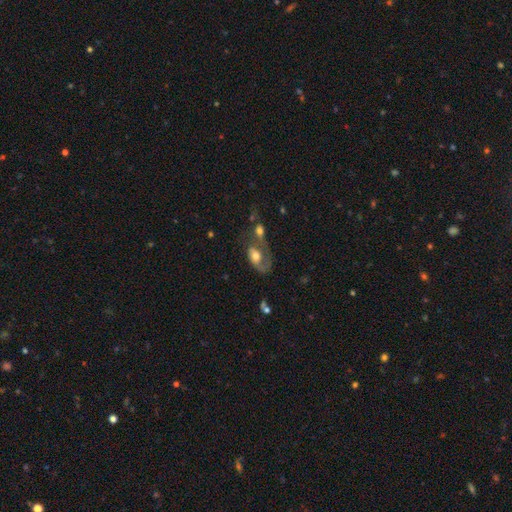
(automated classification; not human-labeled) Overall: featured or disk (52%; smooth 40%). Edge-on disk: no (95%). Merging: merger (43%; major disturbance 25%).